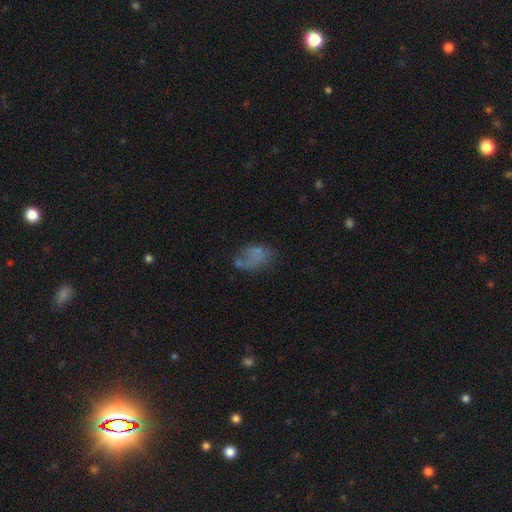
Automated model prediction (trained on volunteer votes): A smooth galaxy with no disk features (56%) that is in between round and cigar-shaped (86%). Merging: none (38%).